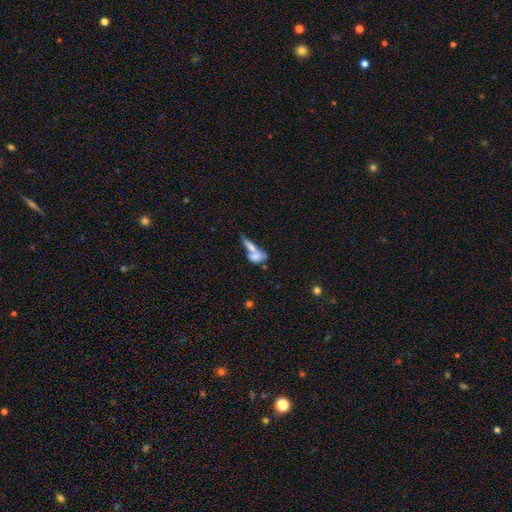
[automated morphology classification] smooth 61%, featured or disk 29%, star or artifact 10%. Down the decision tree: how rounded — in between (66%); merging — merger (62%).